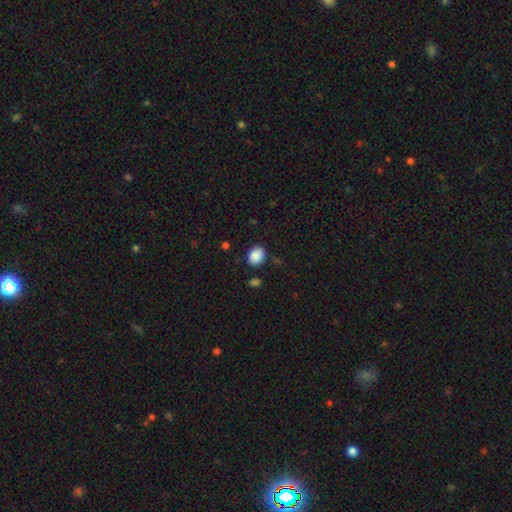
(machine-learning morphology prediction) smooth_or_featured: smooth (p=0.89) [alt: star or artifact p=0.08]
how_rounded: round (p=0.55) [alt: in between p=0.44]
merging: none (p=0.84) [alt: minor disturbance p=0.11]